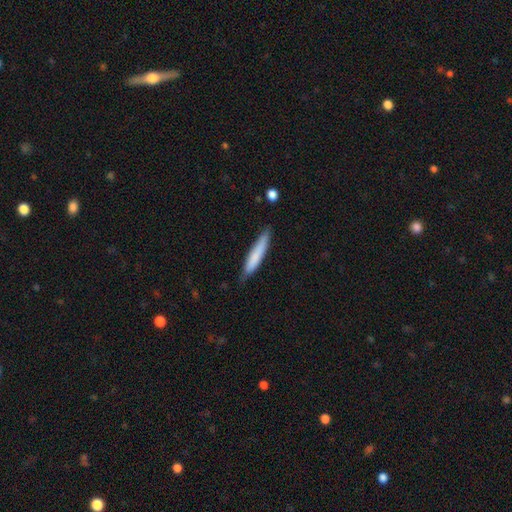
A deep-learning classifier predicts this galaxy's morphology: smooth-or-featured: smooth: 77% | featured or disk: 17% | star or artifact: 6%
  how-rounded: cigar-shaped: 91% | in between: 8% | round: 1%
  merging: none: 78% | minor disturbance: 18% | major disturbance: 2% | merger: 2%